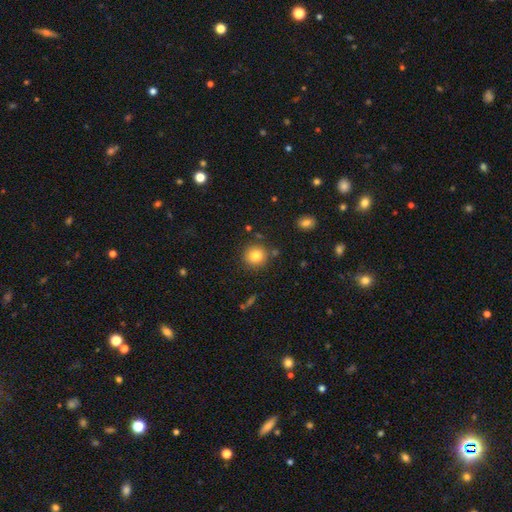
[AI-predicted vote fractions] Smooth or featured? Predicted: smooth (p=0.82). How rounded? Predicted: round (p=0.92). Merging? Predicted: none (p=0.86).